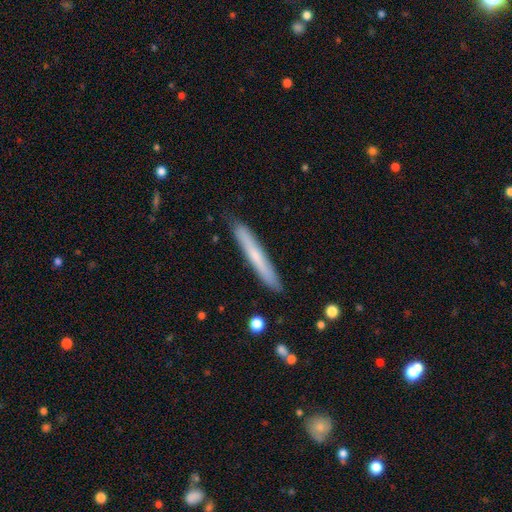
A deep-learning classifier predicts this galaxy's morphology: Q: Smooth or featured?
A: smooth (59%); runner-up: featured or disk (34%)
Q: How rounded?
A: cigar-shaped (96%); runner-up: in between (3%)
Q: Merging?
A: none (88%); runner-up: minor disturbance (9%)